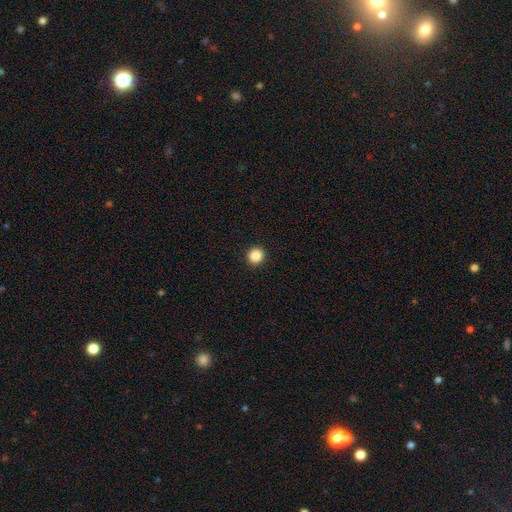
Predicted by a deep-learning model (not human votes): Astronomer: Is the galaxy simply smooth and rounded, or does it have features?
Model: smooth — 87%.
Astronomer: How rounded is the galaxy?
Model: round — 93%.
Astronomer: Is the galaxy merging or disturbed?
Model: none — 94%.